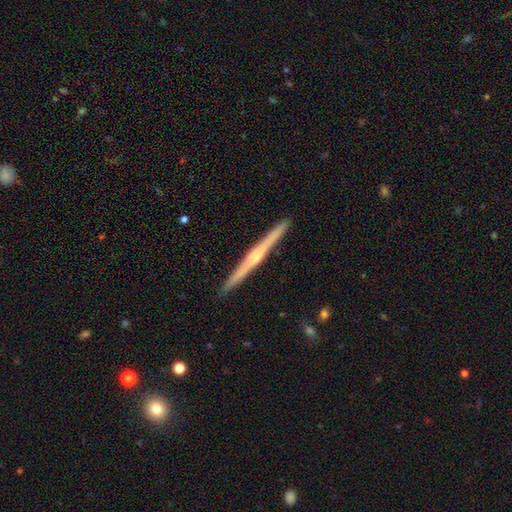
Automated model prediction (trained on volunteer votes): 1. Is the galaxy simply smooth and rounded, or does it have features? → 74% featured or disk, 20% smooth, 5% star or artifact.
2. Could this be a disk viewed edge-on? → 98% yes, 2% no.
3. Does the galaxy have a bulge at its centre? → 67% rounded, 25% none, 8% boxy.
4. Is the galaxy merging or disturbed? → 93% none, 5% minor disturbance, 1% major disturbance, 1% merger.